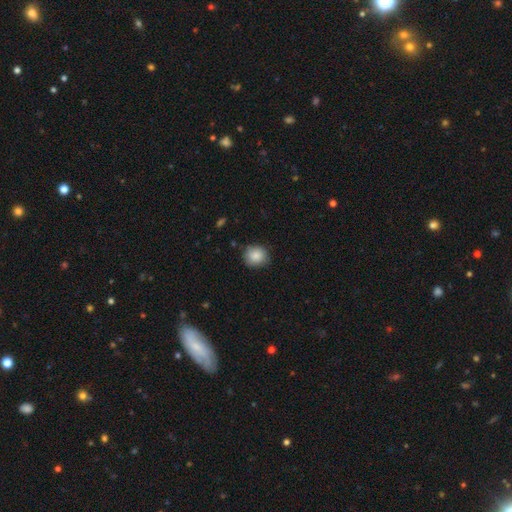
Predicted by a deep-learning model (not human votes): This appears to be a smooth galaxy with no disk features (87%) that is round (81%). Merging: none (80%).